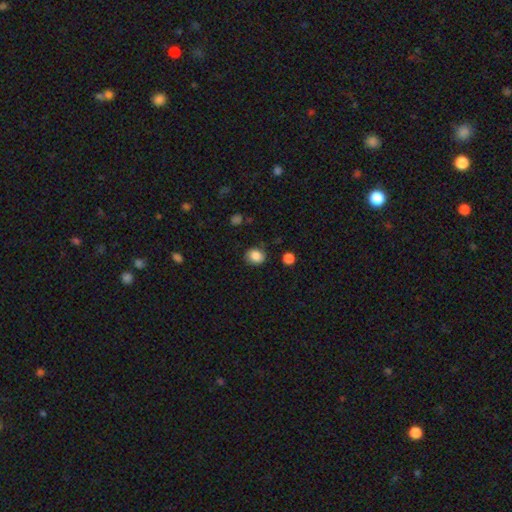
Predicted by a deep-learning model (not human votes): smooth_or_featured: smooth (p=0.85) [alt: star or artifact p=0.09]
how_rounded: round (p=0.63) [alt: in between p=0.37]
merging: none (p=0.79) [alt: minor disturbance p=0.15]